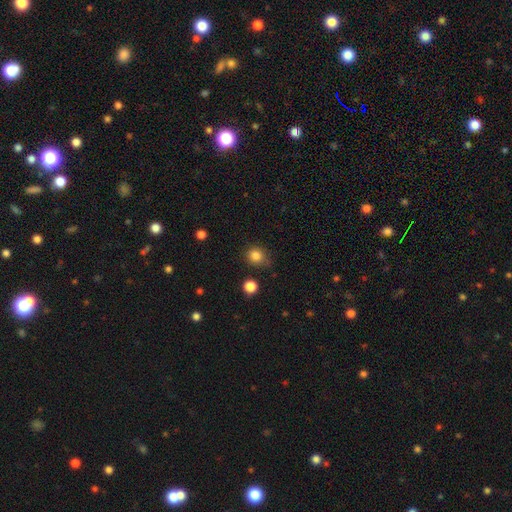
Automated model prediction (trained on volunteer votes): A smooth galaxy with no disk features (83%) that is round (87%). Merging: none (80%).